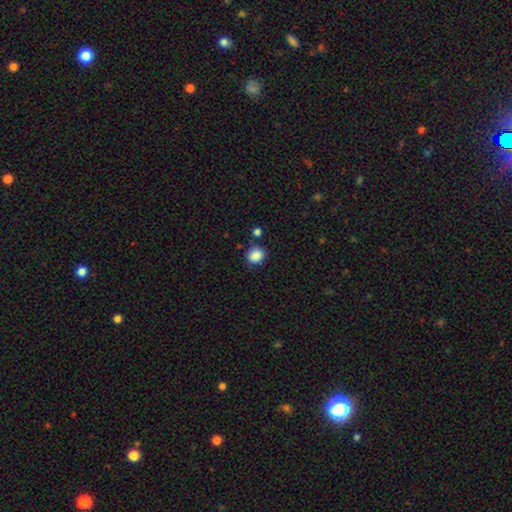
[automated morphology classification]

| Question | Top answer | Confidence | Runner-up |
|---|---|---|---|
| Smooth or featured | smooth | 87% | star or artifact (10%) |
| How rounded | round | 75% | in between (24%) |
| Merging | none | 78% | minor disturbance (12%) |